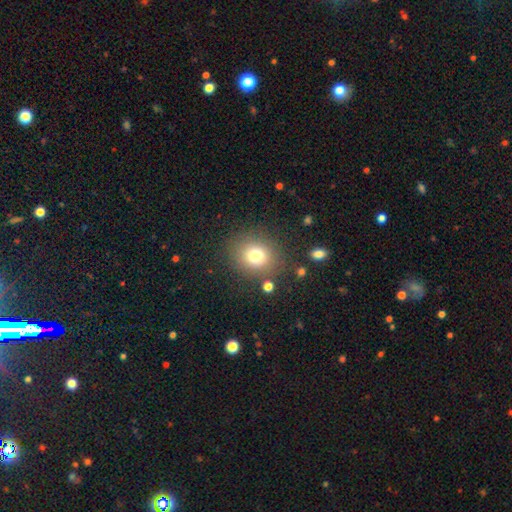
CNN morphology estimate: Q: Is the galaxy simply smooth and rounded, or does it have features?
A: smooth — 76%.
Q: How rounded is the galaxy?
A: round — 73%.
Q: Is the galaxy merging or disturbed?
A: none — 82%.